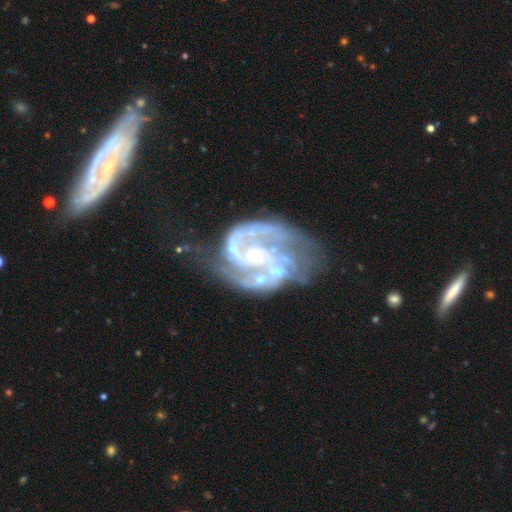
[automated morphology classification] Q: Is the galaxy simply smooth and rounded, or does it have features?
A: featured or disk — 90%.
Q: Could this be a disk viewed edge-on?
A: no — 98%.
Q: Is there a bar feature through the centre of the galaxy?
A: no — 58%.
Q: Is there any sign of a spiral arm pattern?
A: yes — 95%.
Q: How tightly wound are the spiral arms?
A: medium — 48%.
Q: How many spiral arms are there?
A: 2 — 66%.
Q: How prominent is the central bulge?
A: small — 60%.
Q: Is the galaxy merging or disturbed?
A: none — 33%.